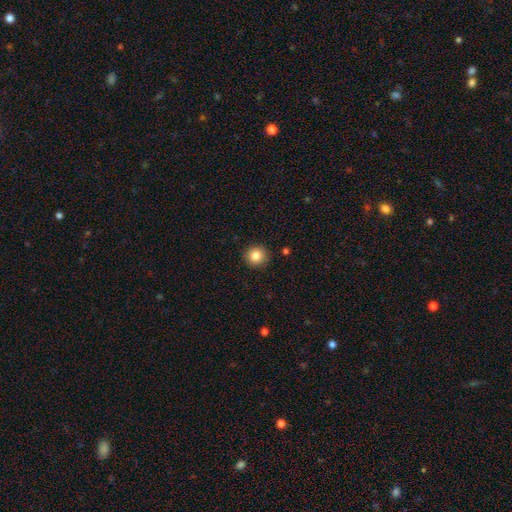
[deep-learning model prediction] This appears to be a smooth galaxy with no disk features (84%) that is round (94%). Merging: none (92%).